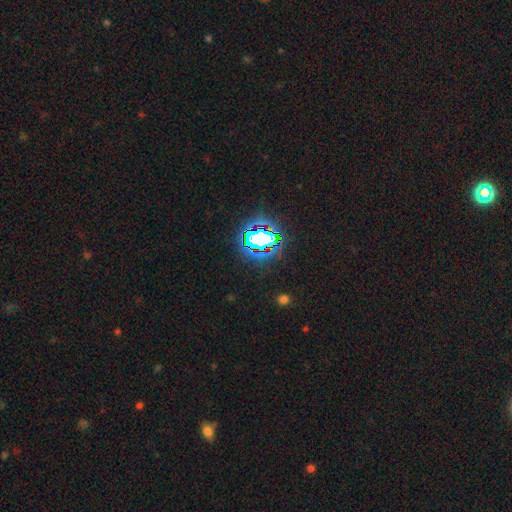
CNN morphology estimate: smooth_or_featured: star or artifact (p=0.77) [alt: smooth p=0.16]